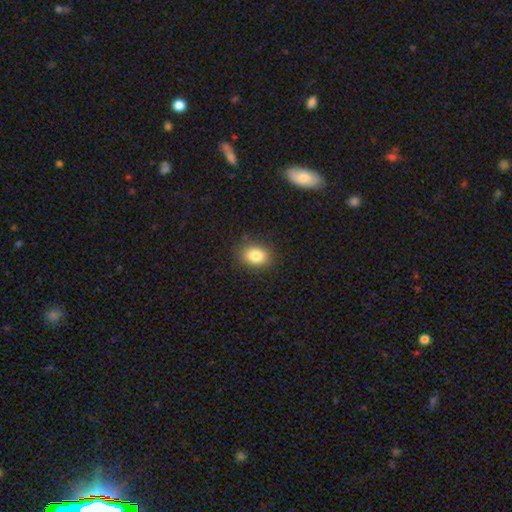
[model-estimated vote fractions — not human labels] Smooth or featured? Predicted: smooth (p=0.83). How rounded? Predicted: in between (p=0.66). Merging? Predicted: none (p=0.85).